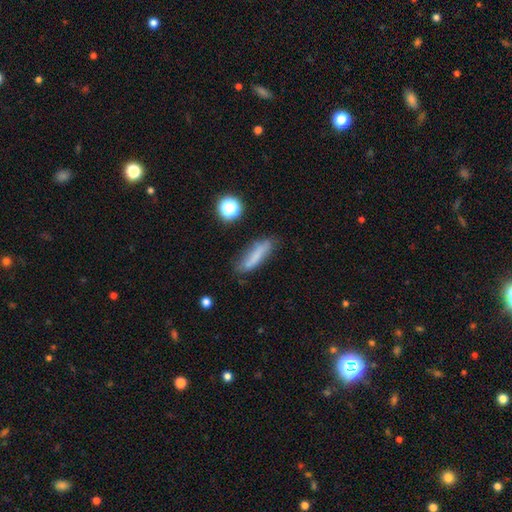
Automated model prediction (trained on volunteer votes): smooth-or-featured: smooth: 71% | featured or disk: 18% | star or artifact: 11%
  how-rounded: cigar-shaped: 72% | in between: 26% | round: 3%
  merging: none: 68% | minor disturbance: 22% | major disturbance: 6% | merger: 3%